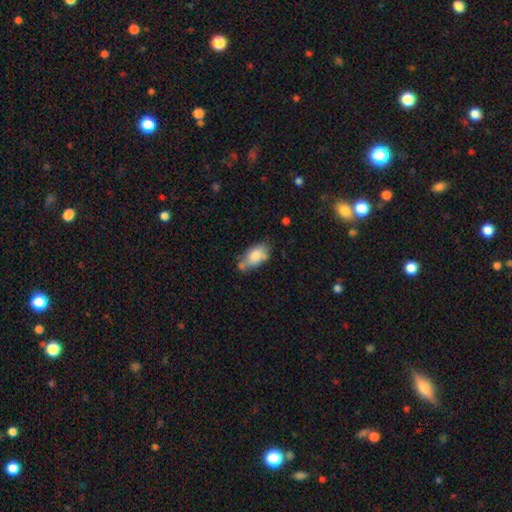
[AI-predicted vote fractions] The model was most divided on "merging": none: 53%, minor disturbance: 25%, merger: 16%, major disturbance: 6%. More confident: how rounded — in between (91%); smooth or featured — smooth (77%).